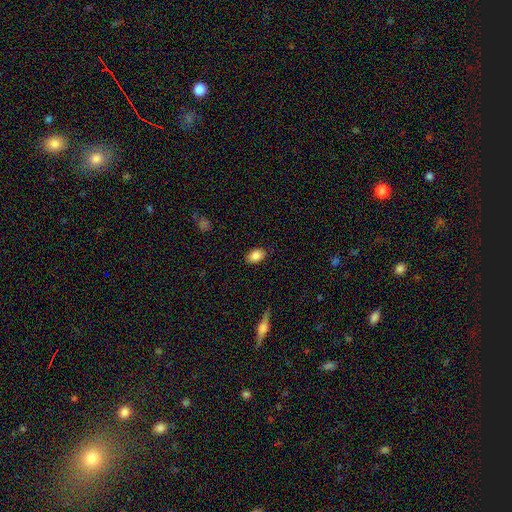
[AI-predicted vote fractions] Overall: smooth (87%). How rounded: in between (88%). Merging: none (86%).